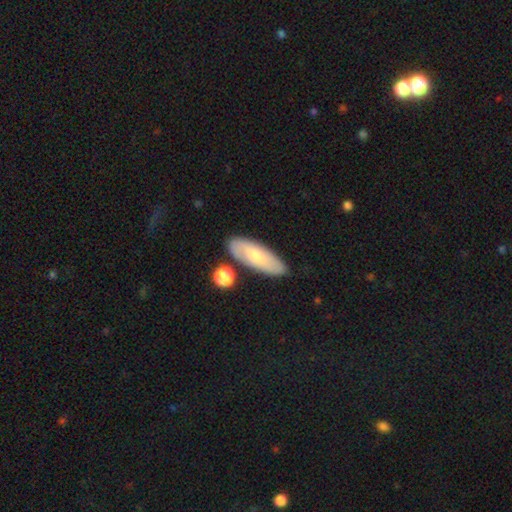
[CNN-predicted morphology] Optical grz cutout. It shows a smooth galaxy with no disk features (61%) that is in between round and cigar-shaped (67%). Merging: none (77%).